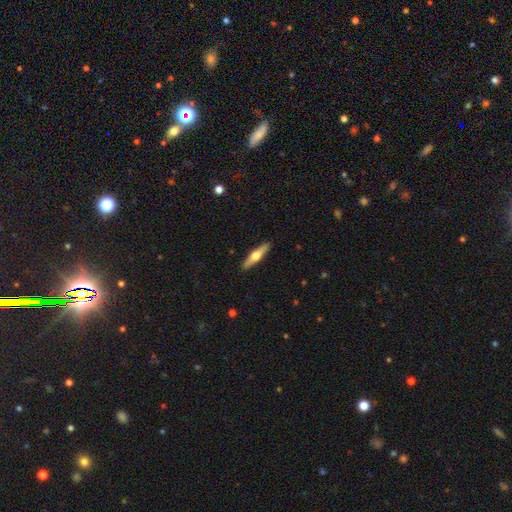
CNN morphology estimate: A featured or disk galaxy (63%) viewed edge-on (96%) with a rounded central bulge (95%).

Vote fractions:
- Smooth or featured? featured or disk: 63% / smooth: 32% / star or artifact: 5%
- Edge-on disk? yes: 96% / no: 4%
- Edge-on bulge? rounded: 95% / boxy: 3% / none: 2%
- Merging? none: 91% / minor disturbance: 6% / major disturbance: 1% / merger: 1%